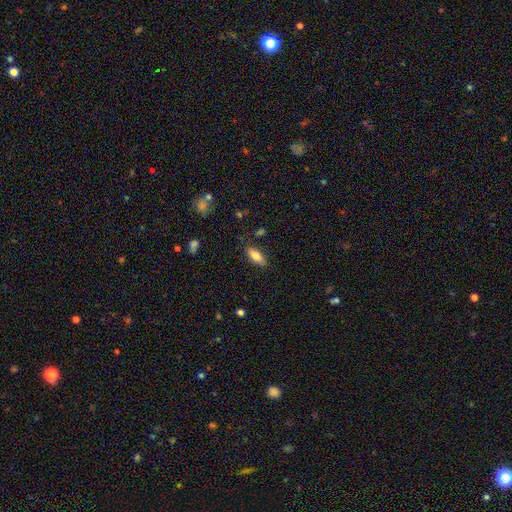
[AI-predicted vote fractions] smooth-or-featured: smooth: 73% | featured or disk: 20% | star or artifact: 7%
  how-rounded: in between: 74% | cigar-shaped: 24% | round: 2%
  merging: none: 83% | minor disturbance: 13% | major disturbance: 3% | merger: 2%